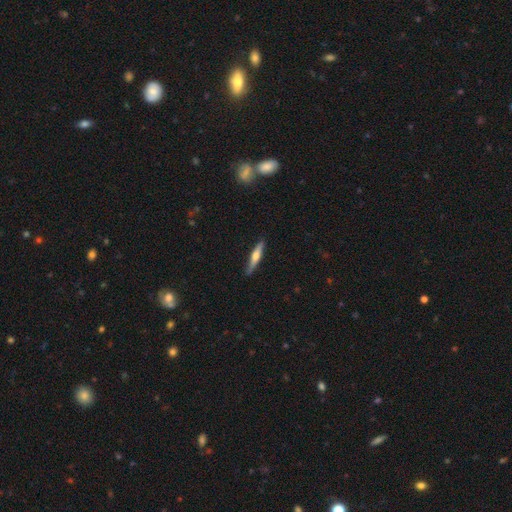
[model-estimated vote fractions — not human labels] Smooth or featured? Predicted: featured or disk (p=0.48). Merging? Predicted: none (p=0.87).